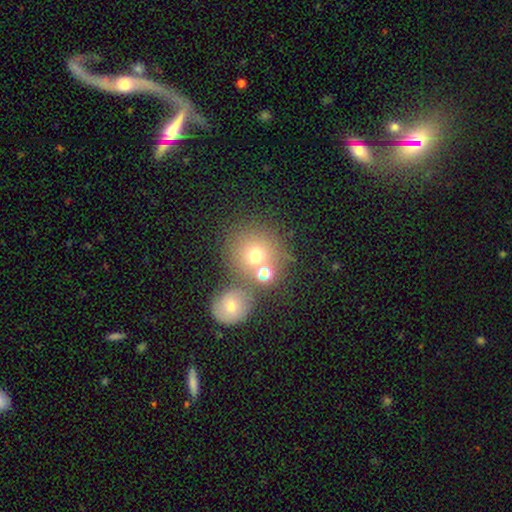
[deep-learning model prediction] smooth 70%, star or artifact 15%, featured or disk 14%. Down the decision tree: how rounded — round (86%); merging — none (54%).